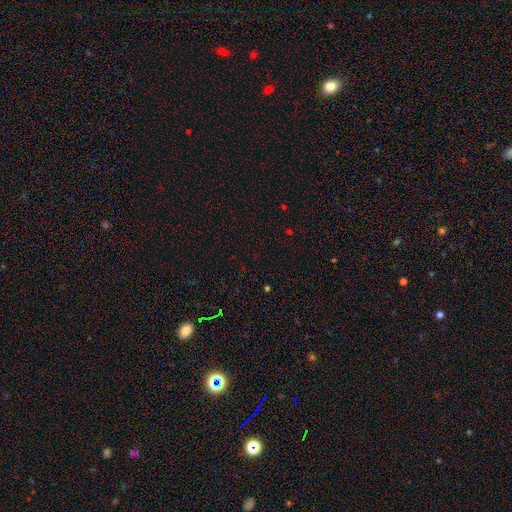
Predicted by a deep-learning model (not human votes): This appears to be a star or artifact, not a galaxy (67%).